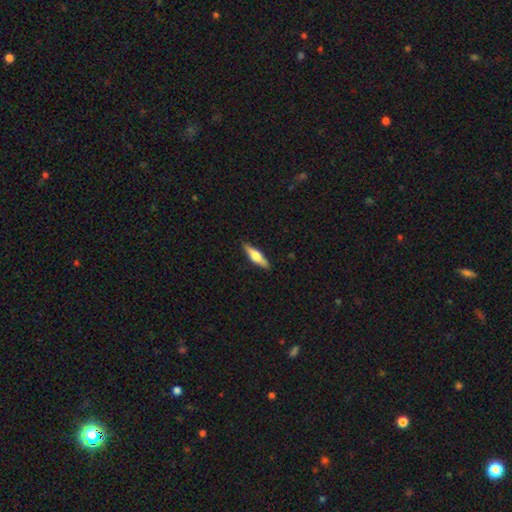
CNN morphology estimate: featured or disk 48%, smooth 46%, star or artifact 6%. Down the decision tree: merging — none (88%).